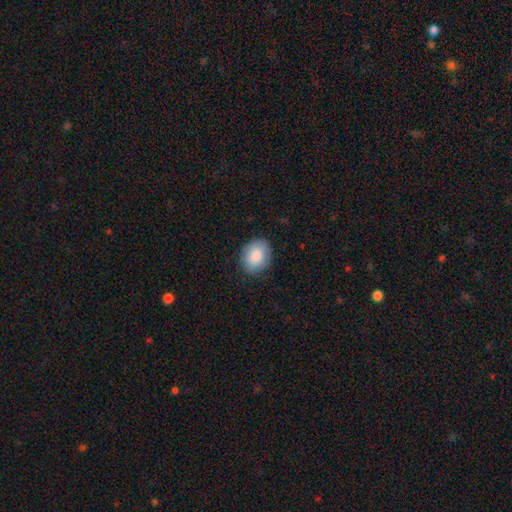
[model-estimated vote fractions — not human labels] Overall: smooth (86%). How rounded: in between (54%; round 45%). Merging: none (82%).